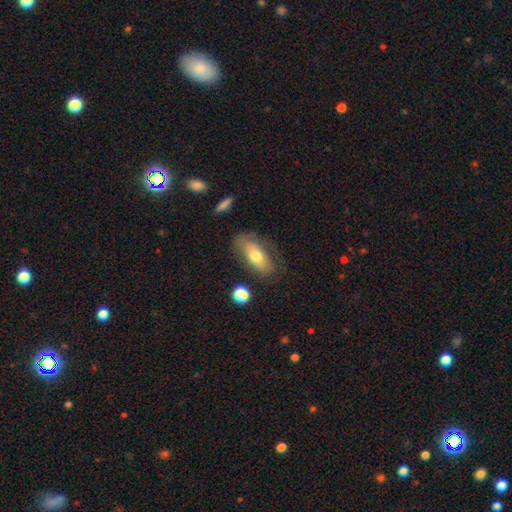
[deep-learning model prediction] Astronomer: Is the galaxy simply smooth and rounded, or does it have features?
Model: smooth — 62%.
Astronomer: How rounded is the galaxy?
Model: in between — 82%.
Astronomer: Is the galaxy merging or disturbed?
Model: none — 66%.